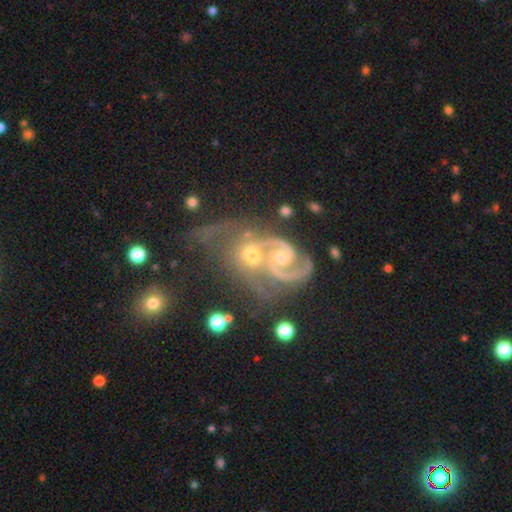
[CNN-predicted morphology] Overall: featured or disk (86%). Edge-on disk: no (97%). Bar: no (61%; weak 28%). Spiral arms: yes (96%). Spiral arm count: 2 (75%). Spiral winding: medium (47%; tight 41%). Bulge size: moderate (47%; small 46%). Merging: merger (50%; none 26%).